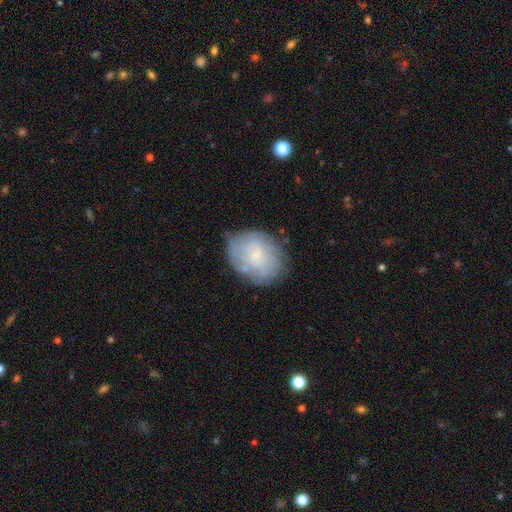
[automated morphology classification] Smooth or featured? featured or disk (51%)
Edge-on disk? no (97%)
Merging? none (68%)